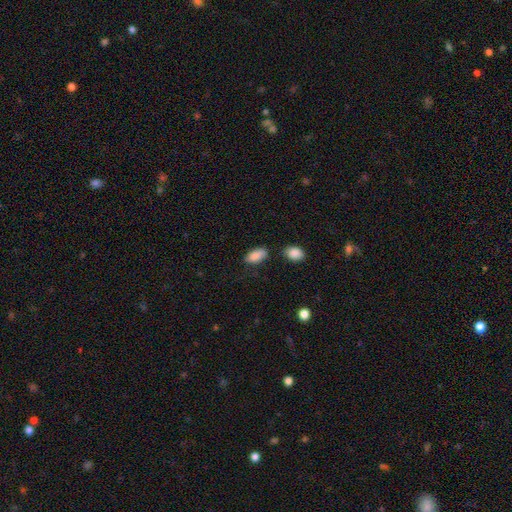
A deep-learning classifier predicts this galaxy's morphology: This appears to be a smooth galaxy with no disk features (86%) that is in between round and cigar-shaped (93%). Merging: none (64%).